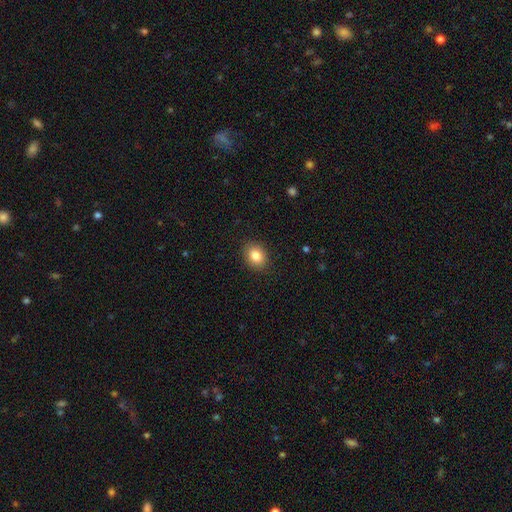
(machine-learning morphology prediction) Smooth or featured: smooth — 85% (star or artifact — 9%)
How rounded: in between — 50% (round — 49%)
Merging: none — 89% (minor disturbance — 8%)